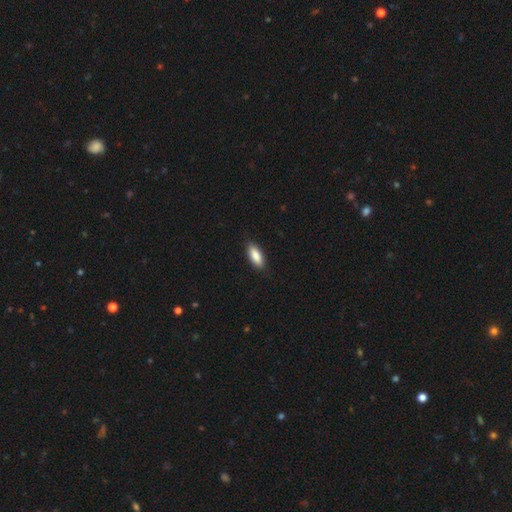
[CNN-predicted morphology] Q: Smooth or featured?
A: smooth (87%); runner-up: featured or disk (7%)
Q: How rounded?
A: in between (77%); runner-up: cigar-shaped (21%)
Q: Merging?
A: none (87%); runner-up: minor disturbance (10%)